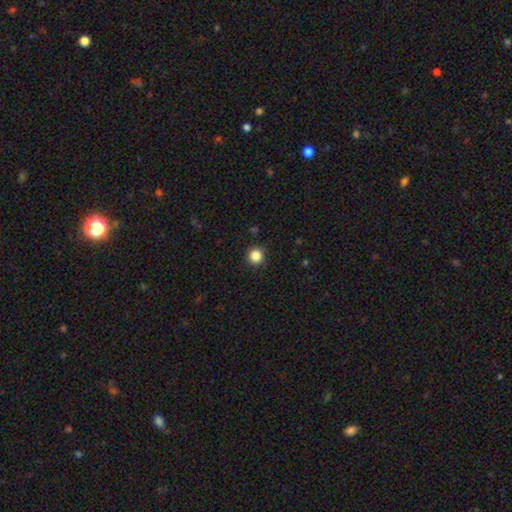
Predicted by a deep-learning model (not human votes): Morphology: type=smooth (85%); roundness=round (93%); merging=none (90%).